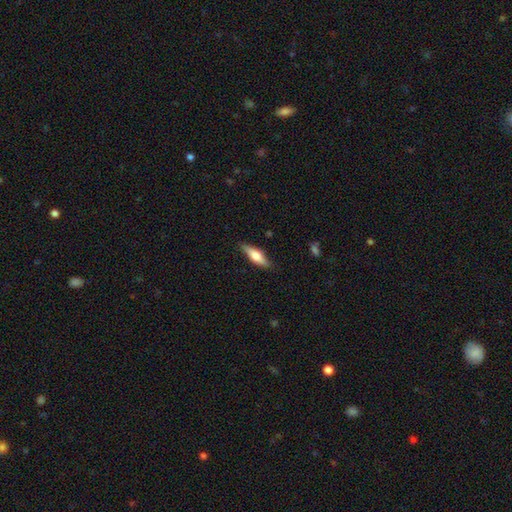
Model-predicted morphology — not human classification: The model was most divided on "how rounded": cigar-shaped: 53%, in between: 45%, round: 2%. More confident: merging — none (84%); smooth or featured — smooth (55%).